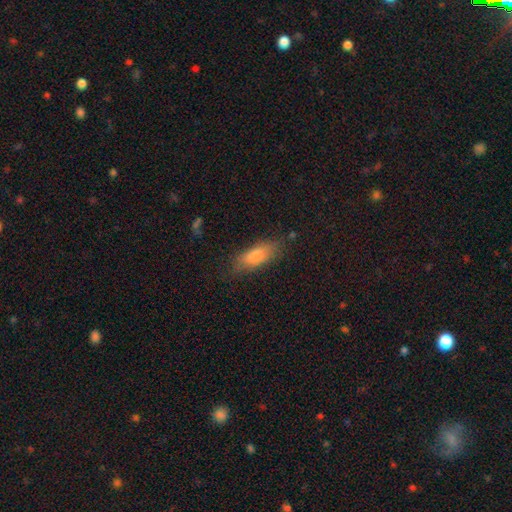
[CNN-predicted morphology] Smooth or featured: smooth — 77% (featured or disk — 15%)
How rounded: in between — 66% (cigar-shaped — 31%)
Merging: none — 76% (minor disturbance — 17%)